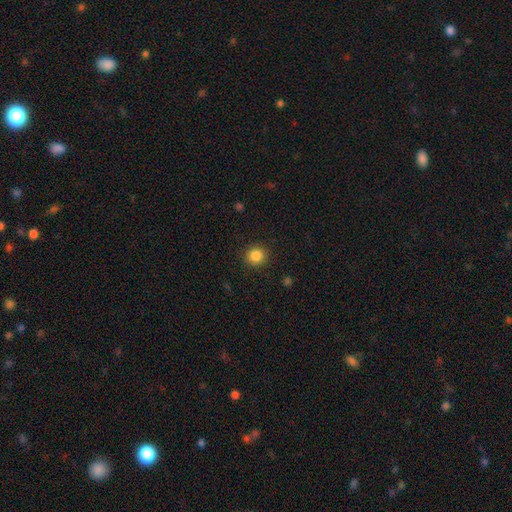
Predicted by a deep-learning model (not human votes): A smooth galaxy with no disk features (85%) that is round (92%).

Vote fractions:
- Smooth or featured? smooth: 85% / star or artifact: 11% / featured or disk: 4%
- How rounded? round: 92% / in between: 7% / cigar-shaped: 1%
- Merging? none: 91% / minor disturbance: 6% / major disturbance: 2% / merger: 1%